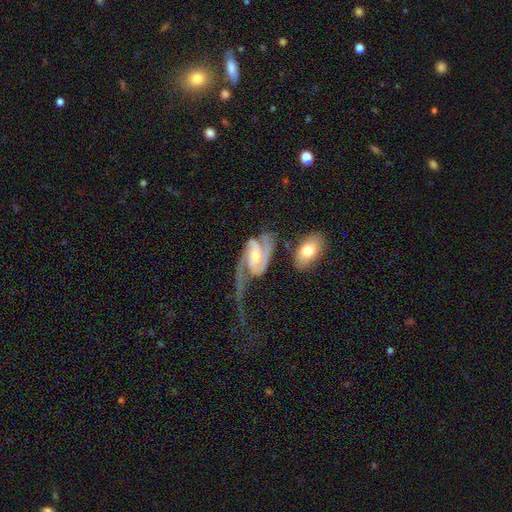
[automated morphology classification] Overall: featured or disk (85%). Edge-on disk: no (96%). Bar: weak (41%; no 40%). Spiral arms: yes (95%). Spiral arm count: 2 (67%). Spiral winding: medium (42%; loose 32%). Bulge size: moderate (53%; small 38%). Merging: major disturbance (50%; none 22%).